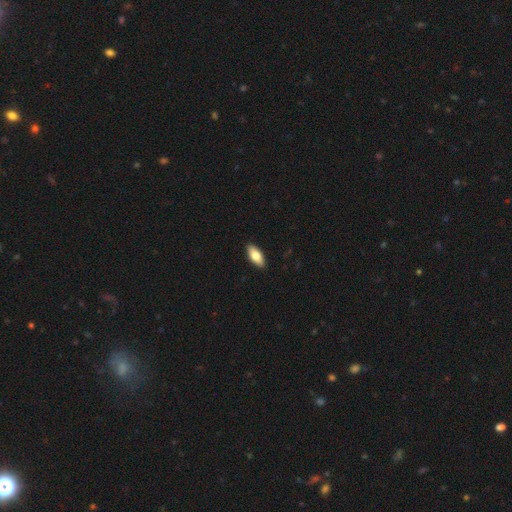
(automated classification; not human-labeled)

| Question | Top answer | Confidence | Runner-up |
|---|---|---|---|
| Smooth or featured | smooth | 80% | featured or disk (15%) |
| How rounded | in between | 87% | cigar-shaped (10%) |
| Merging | none | 91% | minor disturbance (7%) |